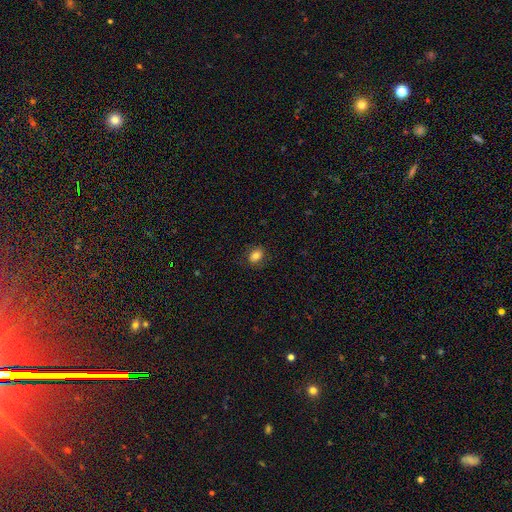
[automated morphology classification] Smooth or featured: smooth — 82% (star or artifact — 10%)
How rounded: in between — 65% (round — 34%)
Merging: none — 84% (minor disturbance — 12%)